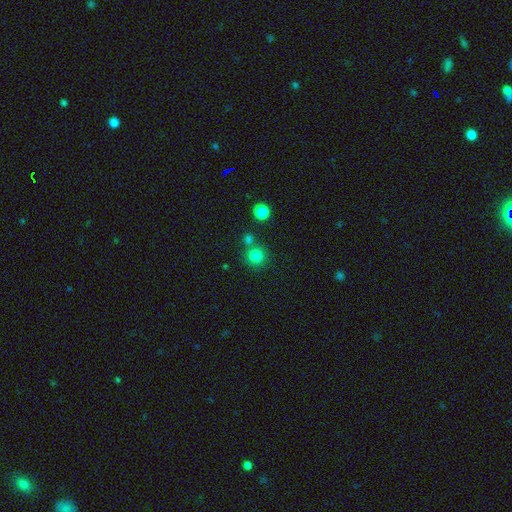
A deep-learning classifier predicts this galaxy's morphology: A smooth galaxy with no disk features (81%) that is round (93%). Merging: none (73%).